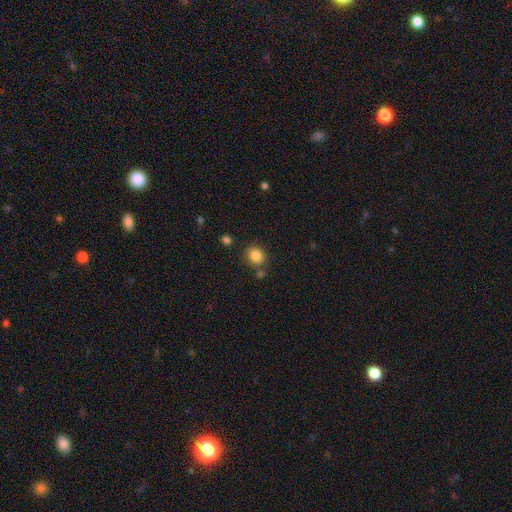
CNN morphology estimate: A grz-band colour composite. It shows a smooth galaxy with no disk features (84%) that is round (74%). Merging: none (78%).